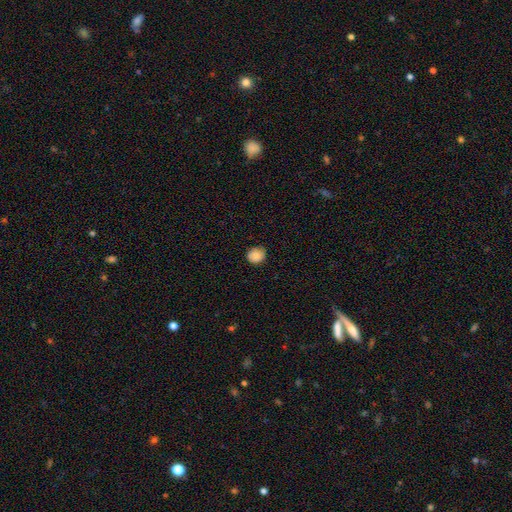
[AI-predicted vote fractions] smooth_or_featured: smooth (p=0.84) [alt: star or artifact p=0.08]
how_rounded: round (p=0.84) [alt: in between p=0.15]
merging: none (p=0.73) [alt: minor disturbance p=0.22]